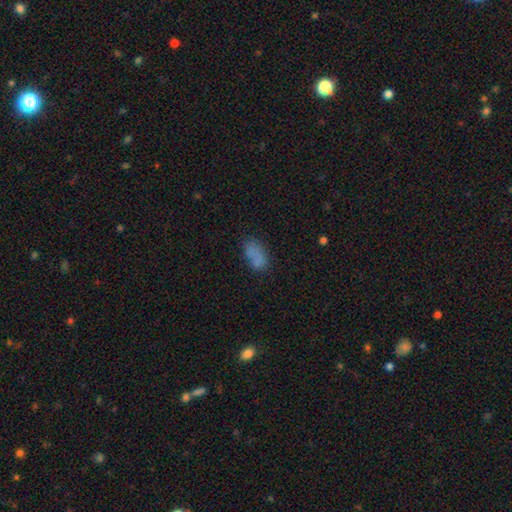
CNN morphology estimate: Smooth or featured?
  - smooth: 73% *
  - featured or disk: 14%
  - star or artifact: 13%
How rounded?
  - in between: 89% *
  - round: 6%
  - cigar-shaped: 5%
Merging?
  - none: 55% *
  - minor disturbance: 22%
  - major disturbance: 12%
  - merger: 10%